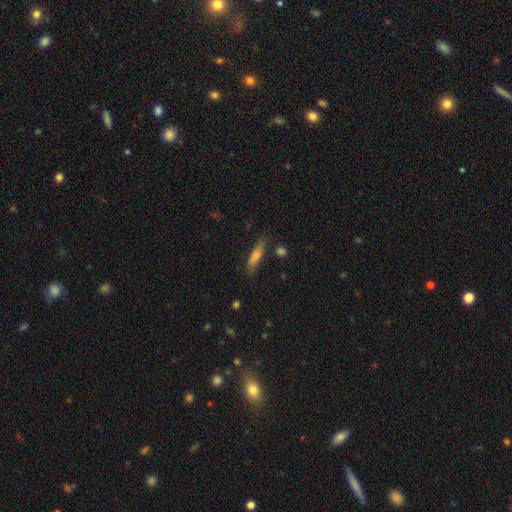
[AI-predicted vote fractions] Q: Smooth or featured?
A: smooth (76%); runner-up: featured or disk (17%)
Q: How rounded?
A: cigar-shaped (76%); runner-up: in between (22%)
Q: Merging?
A: none (74%); runner-up: minor disturbance (18%)